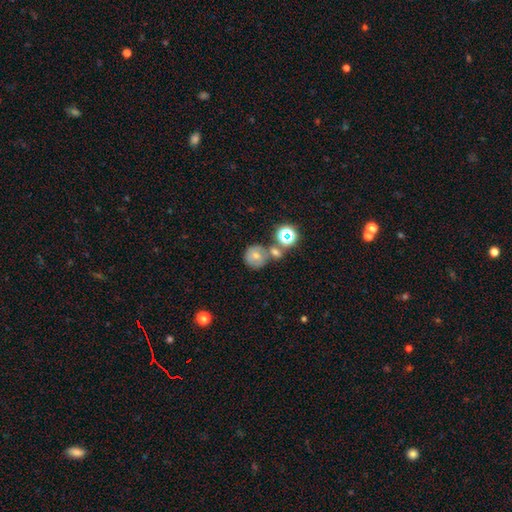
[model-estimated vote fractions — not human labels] A smooth galaxy with no disk features (62%) that is round (89%). Merging: none (47%).